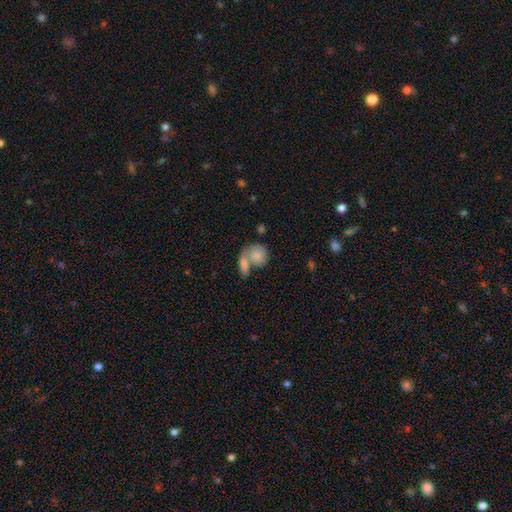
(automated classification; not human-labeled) smooth-or-featured: smooth: 78% | featured or disk: 15% | star or artifact: 6%
  how-rounded: round: 57% | in between: 40% | cigar-shaped: 3%
  merging: merger: 53% | none: 31% | minor disturbance: 11% | major disturbance: 5%